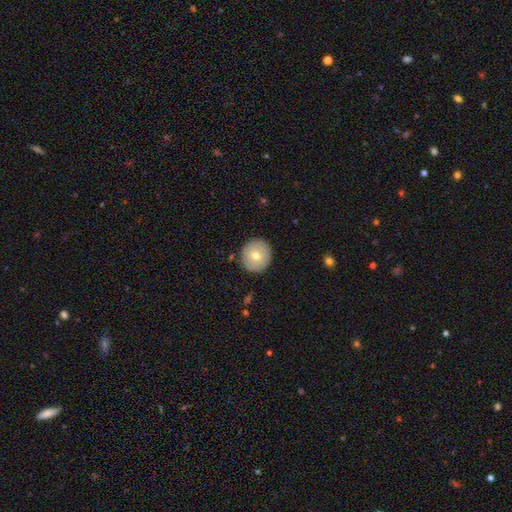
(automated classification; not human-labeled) Smooth or featured? smooth (68%)
How rounded? round (91%)
Merging? none (89%)